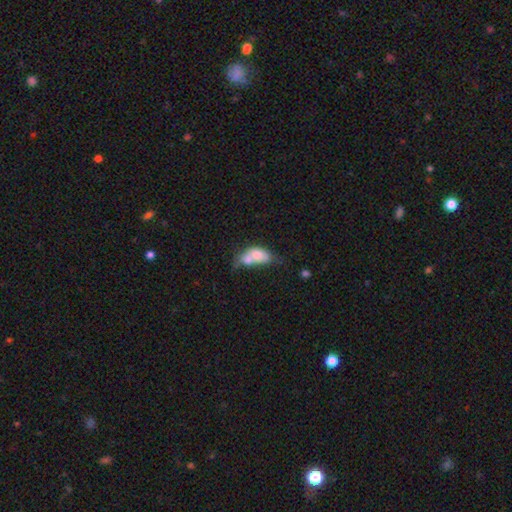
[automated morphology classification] The model was most divided on "smooth or featured": smooth: 67%, featured or disk: 24%, star or artifact: 8%. More confident: how rounded — in between (84%); merging — merger (60%).